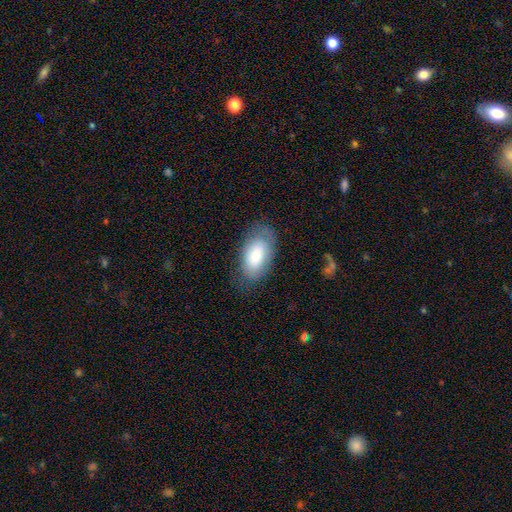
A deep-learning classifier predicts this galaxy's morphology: smooth_or_featured: smooth (p=0.79) [alt: featured or disk p=0.14]
how_rounded: in between (p=0.94) [alt: cigar-shaped p=0.03]
merging: none (p=0.71) [alt: minor disturbance p=0.20]